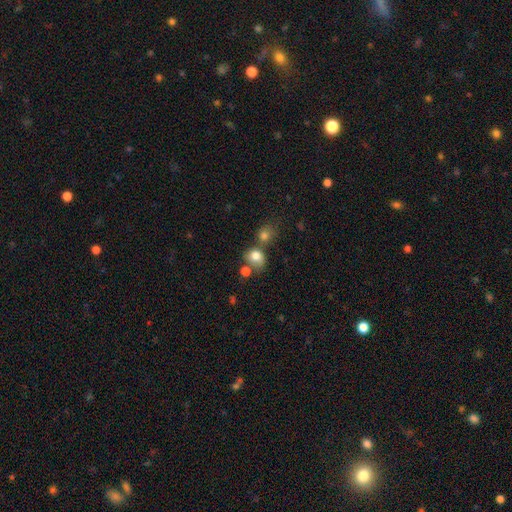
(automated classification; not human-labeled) Smooth or featured? Predicted: smooth (p=0.79). How rounded? Predicted: round (p=0.61). Merging? Predicted: none (p=0.45).